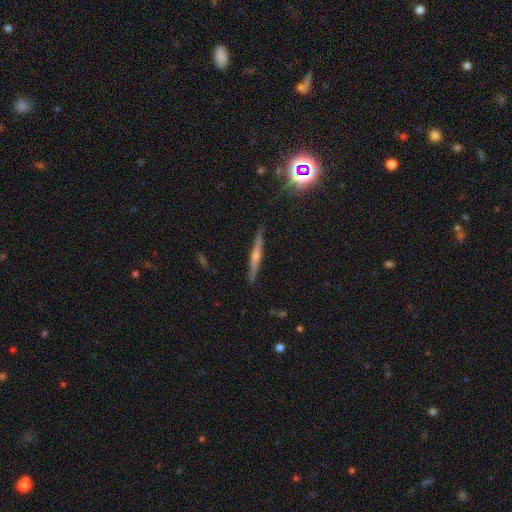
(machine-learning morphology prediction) Smooth or featured? featured or disk (68%)
Edge-on disk? yes (97%)
Edge-on bulge? rounded (83%)
Merging? none (89%)